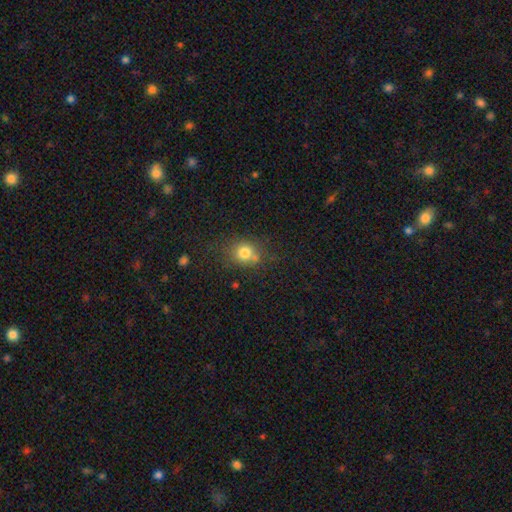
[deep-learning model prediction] This appears to be a smooth galaxy with no disk features (67%) that is round (72%). Merging: none (77%).